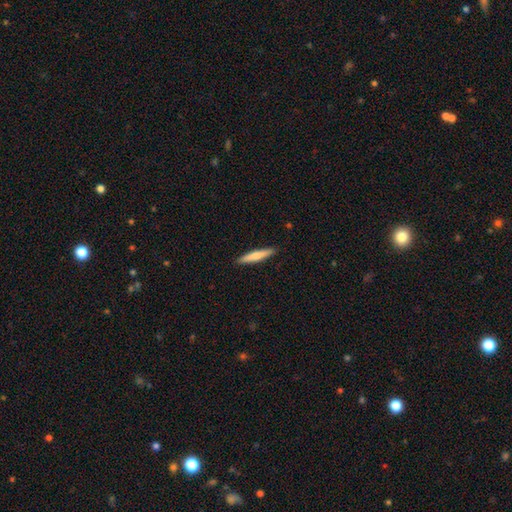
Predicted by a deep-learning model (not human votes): Smooth or featured? Predicted: smooth (p=0.67). How rounded? Predicted: cigar-shaped (p=0.92). Merging? Predicted: none (p=0.91).